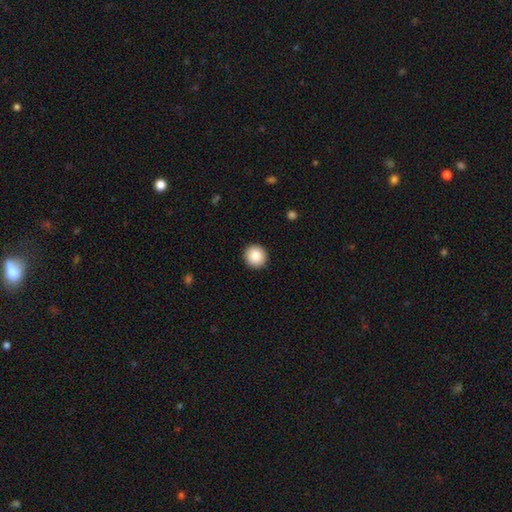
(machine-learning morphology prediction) smooth-or-featured: smooth: 85% | star or artifact: 8% | featured or disk: 6%
  how-rounded: round: 94% | in between: 5% | cigar-shaped: 1%
  merging: none: 93% | minor disturbance: 5% | major disturbance: 1% | merger: 1%